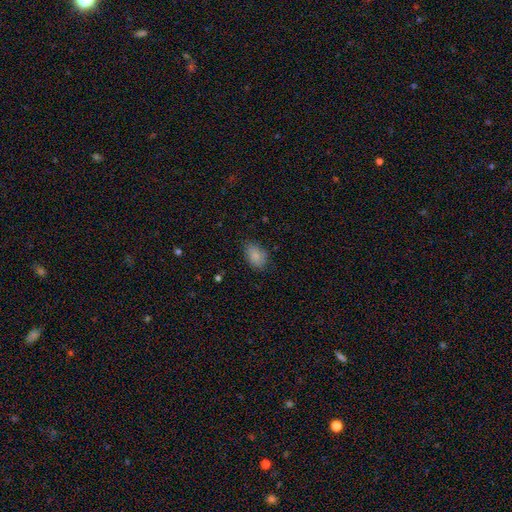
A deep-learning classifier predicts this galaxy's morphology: Smooth or featured?
  - smooth: 85% *
  - star or artifact: 8%
  - featured or disk: 7%
How rounded?
  - in between: 87% *
  - round: 11%
  - cigar-shaped: 1%
Merging?
  - none: 75% *
  - minor disturbance: 20%
  - major disturbance: 4%
  - merger: 1%